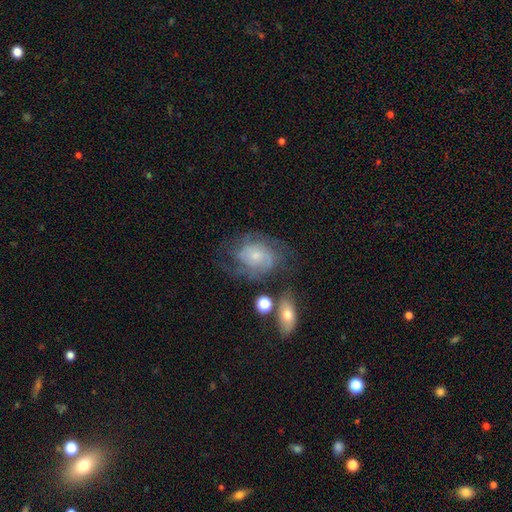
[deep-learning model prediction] A featured or disk galaxy (72%) with no bar (73%), tight (46%) spiral arms (88%) and a small central bulge (61%). Merging: none (53%).